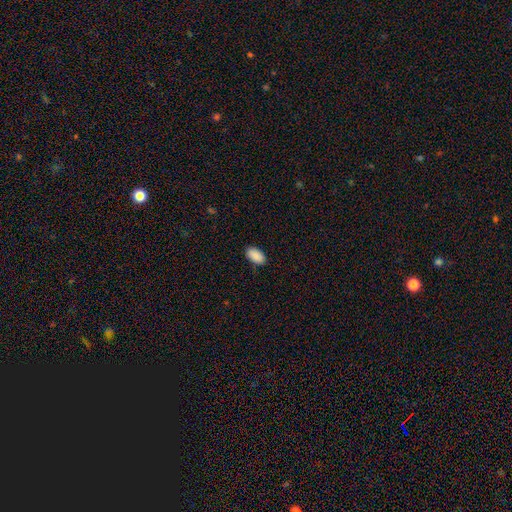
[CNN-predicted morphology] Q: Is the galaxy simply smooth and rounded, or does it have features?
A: smooth — 91%.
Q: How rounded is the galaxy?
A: in between — 95%.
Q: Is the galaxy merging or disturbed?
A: none — 88%.